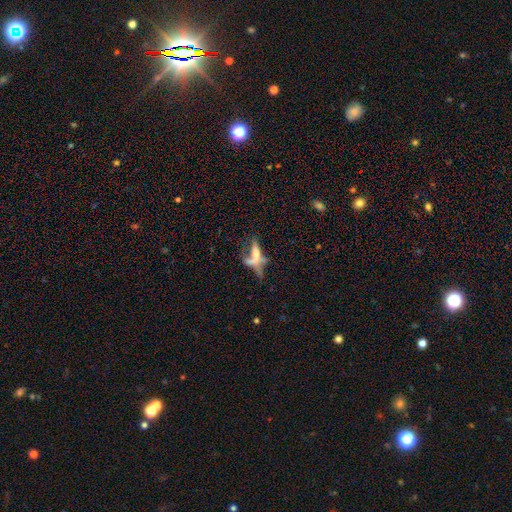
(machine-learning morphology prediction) The model was most divided on "smooth or featured": smooth: 45%, featured or disk: 42%, star or artifact: 13%. Remaining: merging — merger (46%).